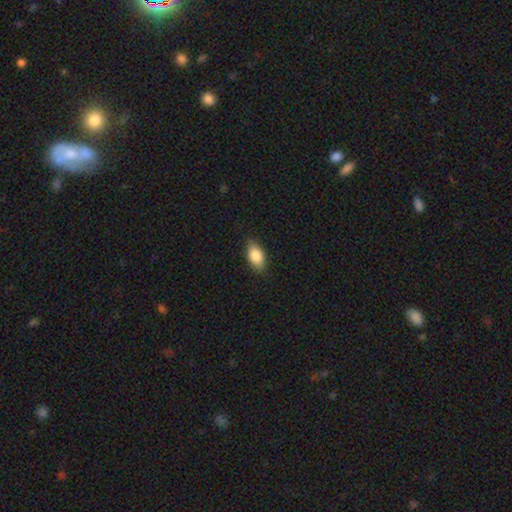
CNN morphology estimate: Overall: smooth (84%). How rounded: in between (90%). Merging: none (86%).